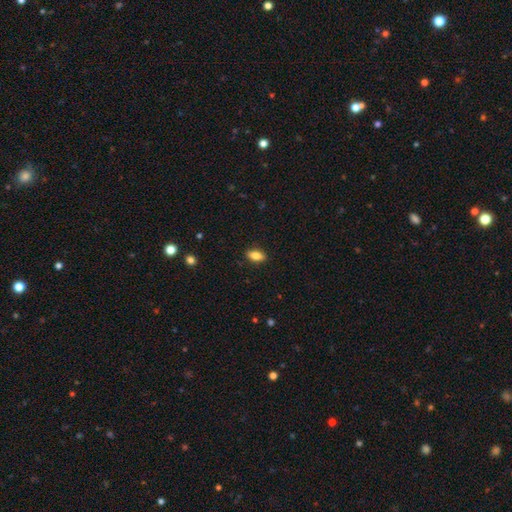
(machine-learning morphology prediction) smooth-or-featured: smooth: 74% | featured or disk: 18% | star or artifact: 8%
  how-rounded: in between: 84% | cigar-shaped: 11% | round: 5%
  merging: none: 88% | minor disturbance: 9% | major disturbance: 2% | merger: 1%